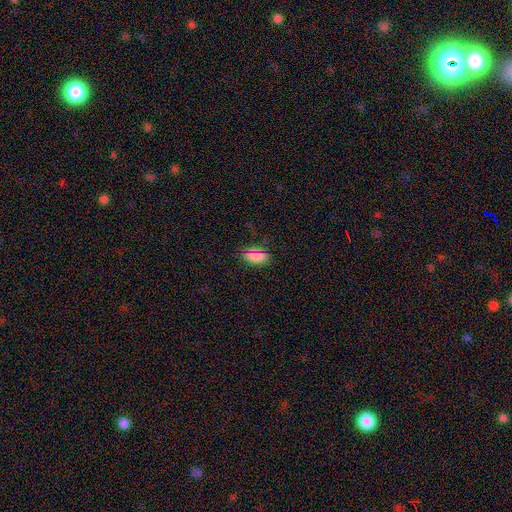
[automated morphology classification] Smooth or featured?
  - smooth: 78% *
  - star or artifact: 16%
  - featured or disk: 6%
How rounded?
  - in between: 90% *
  - round: 5%
  - cigar-shaped: 5%
Merging?
  - none: 84% *
  - minor disturbance: 12%
  - major disturbance: 3%
  - merger: 1%